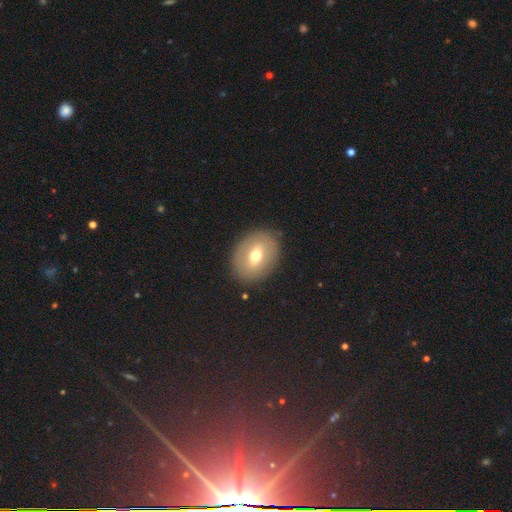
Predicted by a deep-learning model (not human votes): This appears to be a smooth galaxy with no disk features (57%) that is in between round and cigar-shaped (61%). Merging: none (85%).